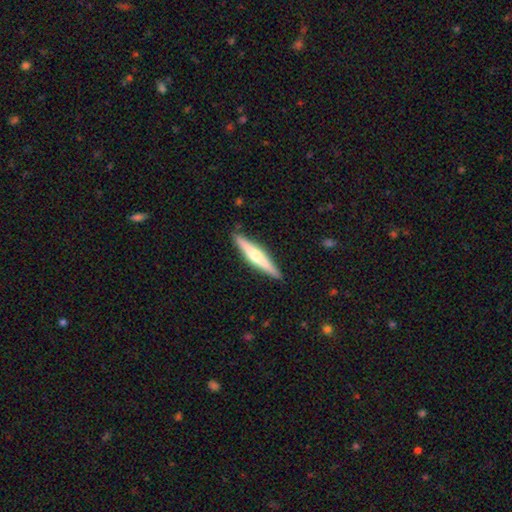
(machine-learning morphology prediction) Smooth or featured? Predicted: featured or disk (p=0.59). Edge-on disk? Predicted: yes (p=0.97). Edge-on bulge? Predicted: rounded (p=0.83). Merging? Predicted: none (p=0.90).